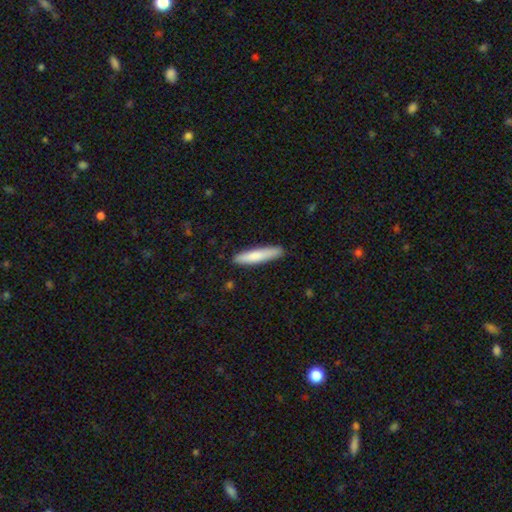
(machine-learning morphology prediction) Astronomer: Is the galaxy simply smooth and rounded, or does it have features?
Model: smooth — 78%.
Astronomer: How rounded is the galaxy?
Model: cigar-shaped — 89%.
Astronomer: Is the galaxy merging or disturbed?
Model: none — 88%.